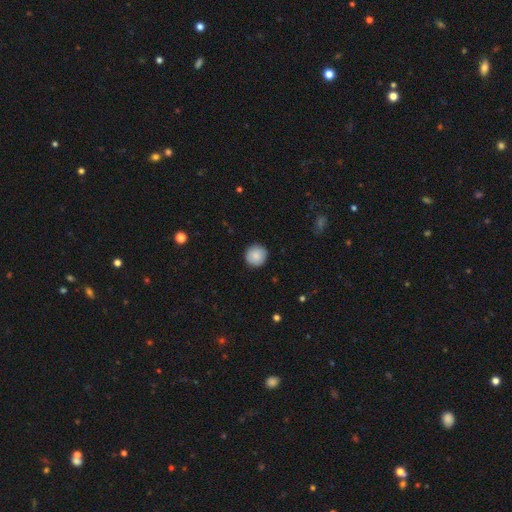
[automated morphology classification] Smooth or featured: smooth — 87% (star or artifact — 7%)
How rounded: round — 95% (in between — 4%)
Merging: none — 91% (minor disturbance — 7%)